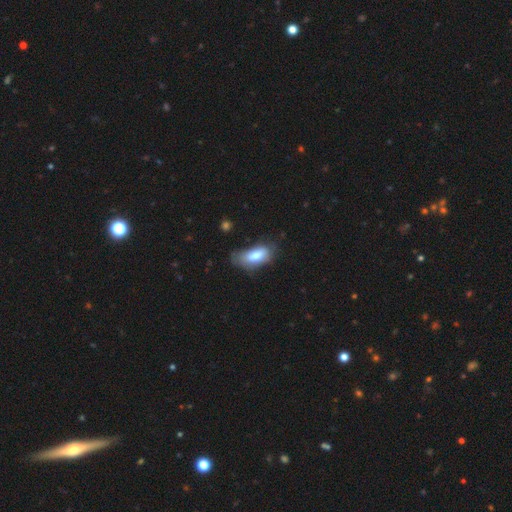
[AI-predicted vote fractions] smooth_or_featured: smooth (p=0.75) [alt: featured or disk p=0.17]
how_rounded: in between (p=0.86) [alt: cigar-shaped p=0.11]
merging: none (p=0.51) [alt: minor disturbance p=0.33]